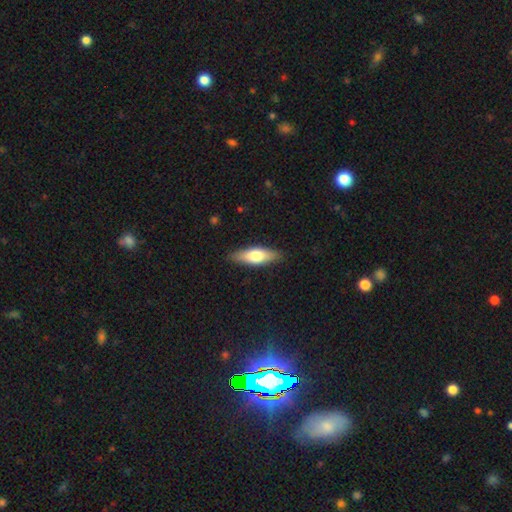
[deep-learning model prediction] smooth_or_featured: smooth (p=0.66) [alt: featured or disk p=0.29]
how_rounded: in between (p=0.55) [alt: cigar-shaped p=0.43]
merging: none (p=0.87) [alt: minor disturbance p=0.10]